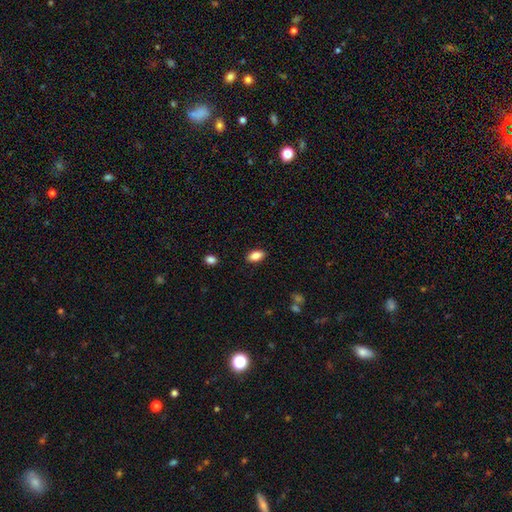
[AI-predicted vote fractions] Smooth or featured? smooth (86%)
How rounded? in between (91%)
Merging? none (88%)